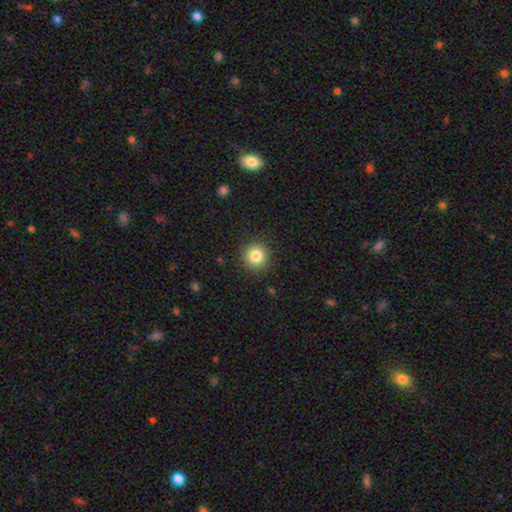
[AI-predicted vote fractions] Smooth or featured? Predicted: smooth (p=0.83). How rounded? Predicted: round (p=0.94). Merging? Predicted: none (p=0.90).